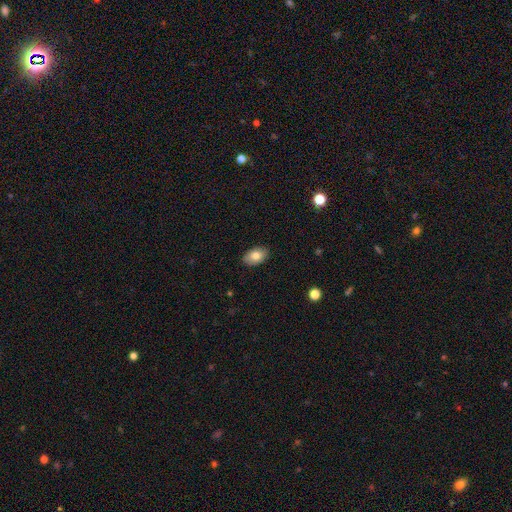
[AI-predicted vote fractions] smooth-or-featured: smooth: 80% | featured or disk: 13% | star or artifact: 7%
  how-rounded: in between: 90% | round: 9% | cigar-shaped: 1%
  merging: none: 88% | minor disturbance: 9% | major disturbance: 2% | merger: 1%